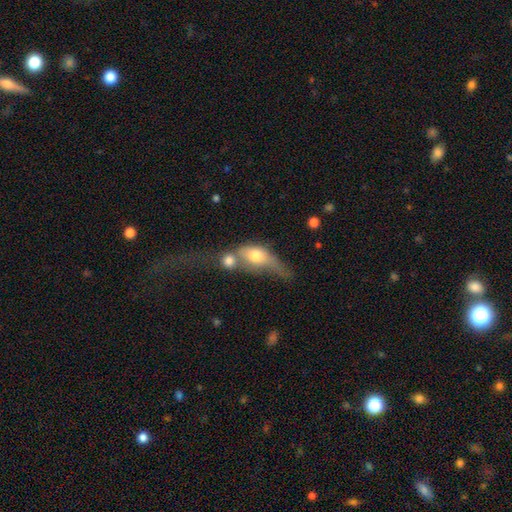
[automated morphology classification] A smooth galaxy with no disk features (60%) that is in between round and cigar-shaped (66%).

Vote fractions:
- Smooth or featured? smooth: 60% / featured or disk: 32% / star or artifact: 8%
- How rounded? in between: 66% / round: 17% / cigar-shaped: 16%
- Merging? merger: 59% / major disturbance: 17% / none: 14% / minor disturbance: 10%